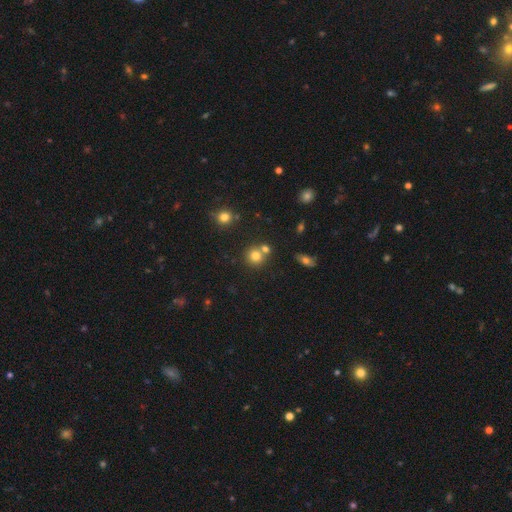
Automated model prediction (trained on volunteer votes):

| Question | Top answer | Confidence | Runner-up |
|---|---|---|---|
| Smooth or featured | smooth | 77% | star or artifact (13%) |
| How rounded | round | 88% | in between (11%) |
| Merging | none | 61% | merger (28%) |